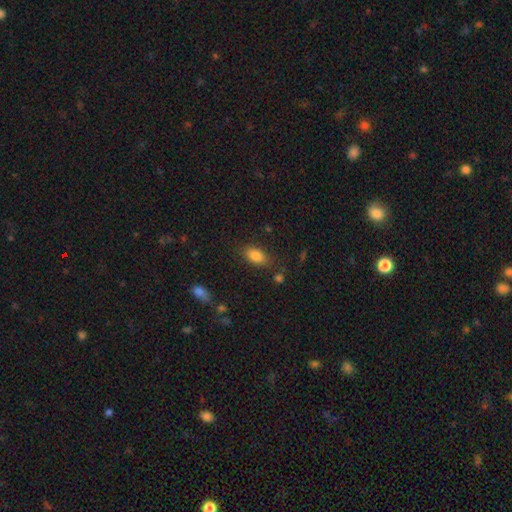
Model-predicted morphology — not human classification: type=smooth (84%); roundness=in between (88%); merging=none (80%).